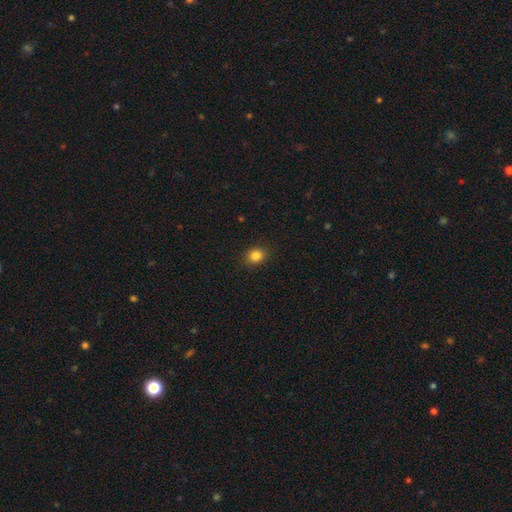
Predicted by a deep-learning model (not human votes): smooth 85%, star or artifact 11%, featured or disk 4%. Down the decision tree: how rounded — round (65%); merging — none (88%).